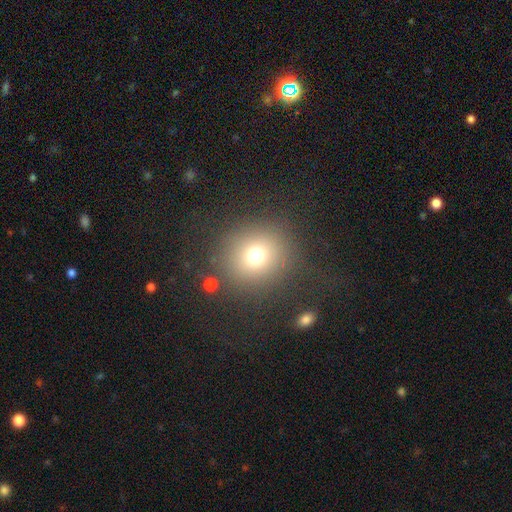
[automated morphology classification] A smooth galaxy with no disk features (72%) that is round (87%). Merging: none (83%).